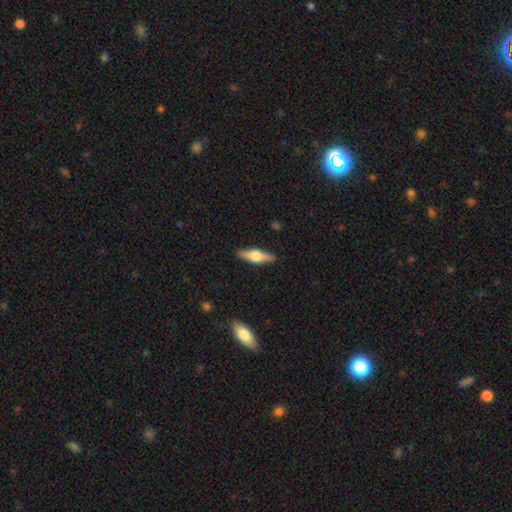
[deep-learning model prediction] Smooth or featured? Predicted: featured or disk (p=0.55). Edge-on disk? Predicted: yes (p=0.94). Edge-on bulge? Predicted: rounded (p=0.93). Merging? Predicted: none (p=0.89).